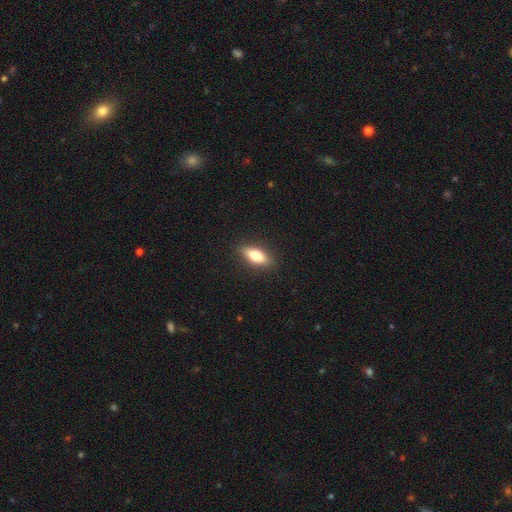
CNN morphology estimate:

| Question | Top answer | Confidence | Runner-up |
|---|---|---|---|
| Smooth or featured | smooth | 71% | featured or disk (22%) |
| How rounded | in between | 69% | cigar-shaped (28%) |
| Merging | none | 88% | minor disturbance (8%) |